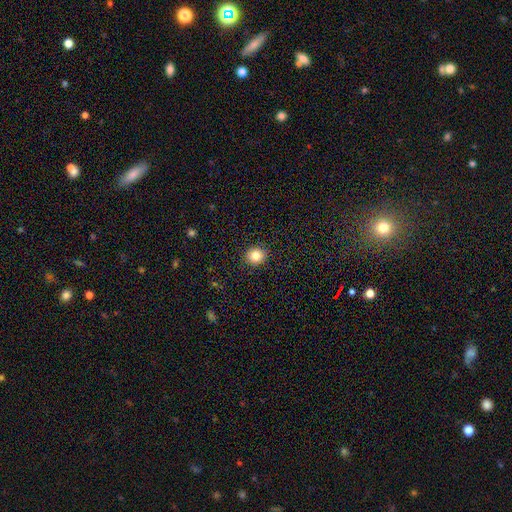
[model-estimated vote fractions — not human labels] Smooth or featured? Predicted: smooth (p=0.83). How rounded? Predicted: round (p=0.88). Merging? Predicted: none (p=0.91).